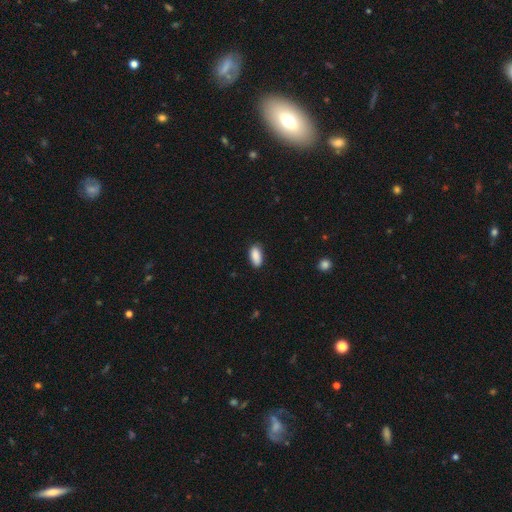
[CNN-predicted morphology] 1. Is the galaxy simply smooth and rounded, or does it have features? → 89% smooth, 7% star or artifact, 4% featured or disk.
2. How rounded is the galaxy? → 90% in between, 8% cigar-shaped, 2% round.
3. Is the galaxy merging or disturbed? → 85% none, 12% minor disturbance, 2% major disturbance, 1% merger.